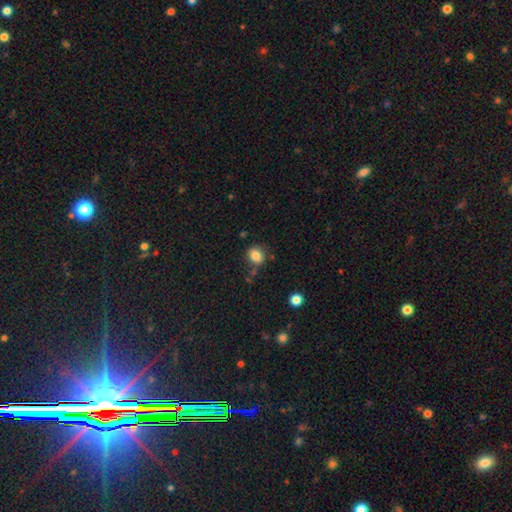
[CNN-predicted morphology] Q: Smooth or featured?
A: smooth (83%); runner-up: star or artifact (11%)
Q: How rounded?
A: round (64%); runner-up: in between (35%)
Q: Merging?
A: none (74%); runner-up: minor disturbance (16%)